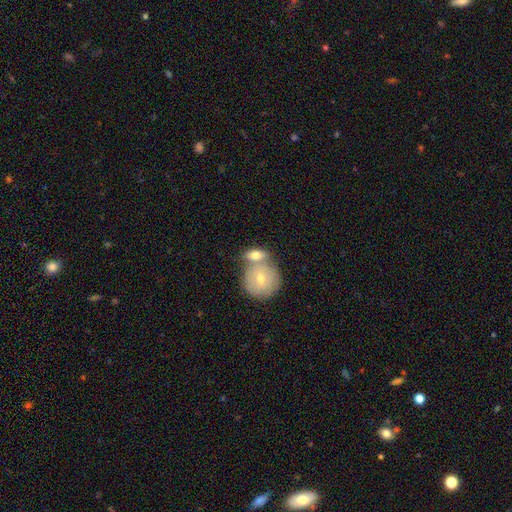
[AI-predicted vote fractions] Smooth or featured? smooth (68%)
How rounded? round (53%)
Merging? merger (46%)